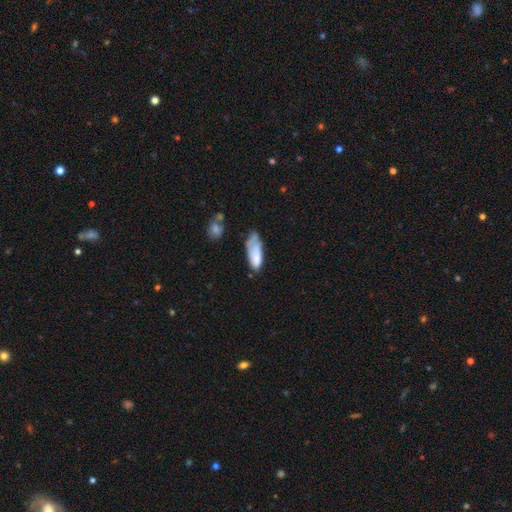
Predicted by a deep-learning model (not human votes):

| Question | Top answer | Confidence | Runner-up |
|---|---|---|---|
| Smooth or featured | smooth | 75% | featured or disk (18%) |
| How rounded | in between | 70% | cigar-shaped (28%) |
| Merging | minor disturbance | 35% | none (33%) |